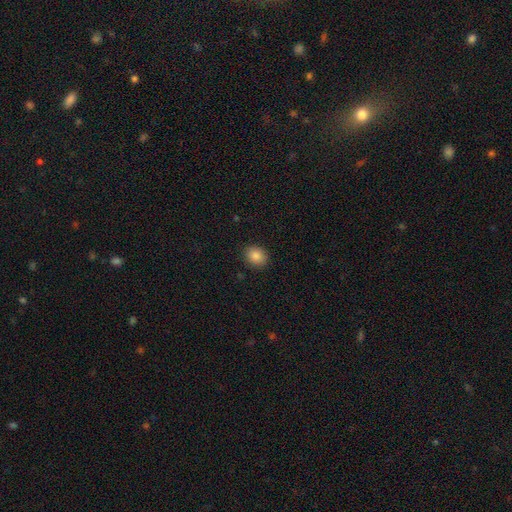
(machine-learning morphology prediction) The model was most divided on "how rounded": round: 57%, in between: 42%, cigar-shaped: 1%. More confident: merging — none (89%); smooth or featured — smooth (86%).